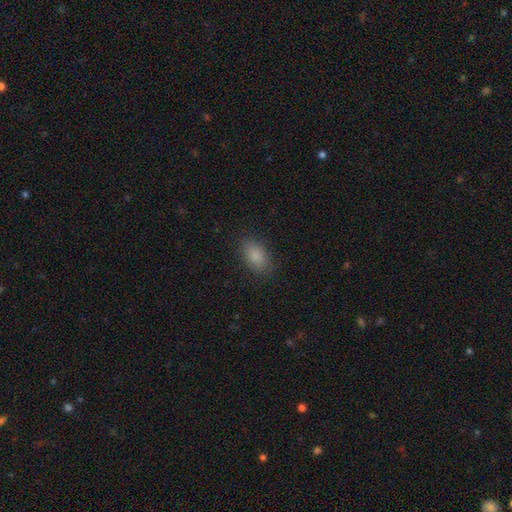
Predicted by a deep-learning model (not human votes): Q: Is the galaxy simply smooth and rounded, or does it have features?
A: smooth — 87%.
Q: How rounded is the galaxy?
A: in between — 90%.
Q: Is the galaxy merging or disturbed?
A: none — 85%.